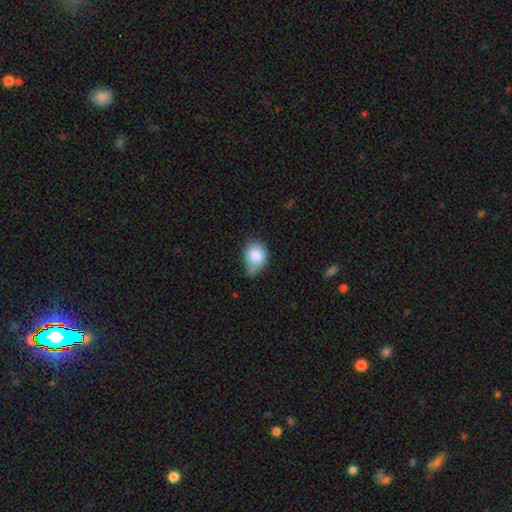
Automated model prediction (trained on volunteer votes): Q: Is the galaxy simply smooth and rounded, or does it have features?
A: smooth — 84%.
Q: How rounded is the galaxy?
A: in between — 55%.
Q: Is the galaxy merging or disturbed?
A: none — 41%.